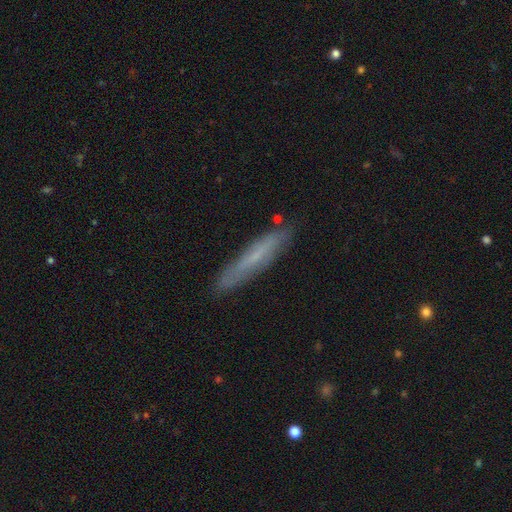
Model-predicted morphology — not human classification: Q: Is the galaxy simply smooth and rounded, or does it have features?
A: smooth — 50%.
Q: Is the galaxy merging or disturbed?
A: none — 83%.